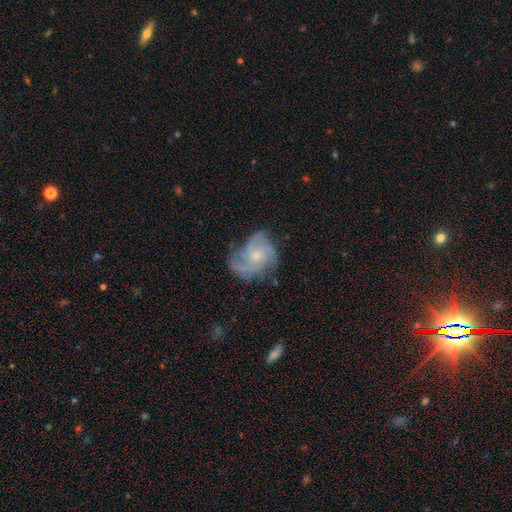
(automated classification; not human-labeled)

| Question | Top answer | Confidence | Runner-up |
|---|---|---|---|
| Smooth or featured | featured or disk | 79% | smooth (14%) |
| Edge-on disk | no | 98% | yes (2%) |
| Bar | no | 74% | weak (23%) |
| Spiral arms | yes | 94% | no (6%) |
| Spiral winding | medium | 46% | tight (39%) |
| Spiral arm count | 3 | 40% | can't tell (19%) |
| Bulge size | small | 59% | moderate (34%) |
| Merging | none | 64% | minor disturbance (23%) |